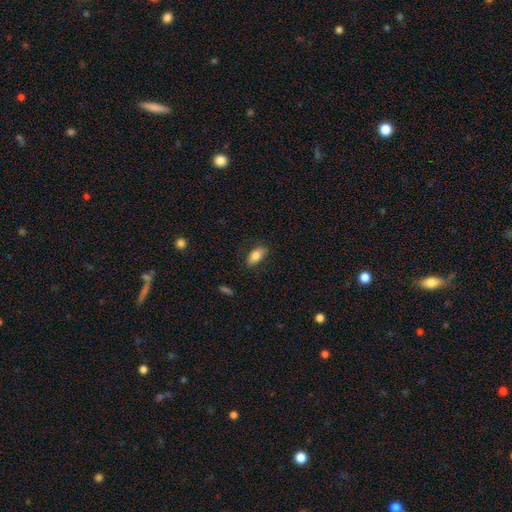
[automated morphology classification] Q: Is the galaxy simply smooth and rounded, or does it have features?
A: smooth — 79%.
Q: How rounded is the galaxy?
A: in between — 87%.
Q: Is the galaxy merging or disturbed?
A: none — 82%.